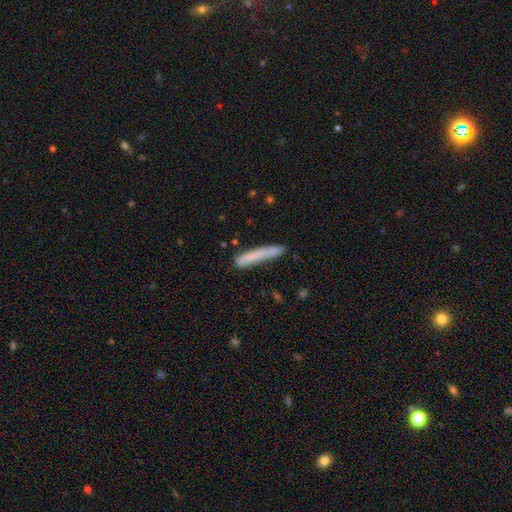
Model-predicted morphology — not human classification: This appears to be a smooth galaxy with no disk features (74%) that is cigar-shaped (95%). Merging: none (79%).